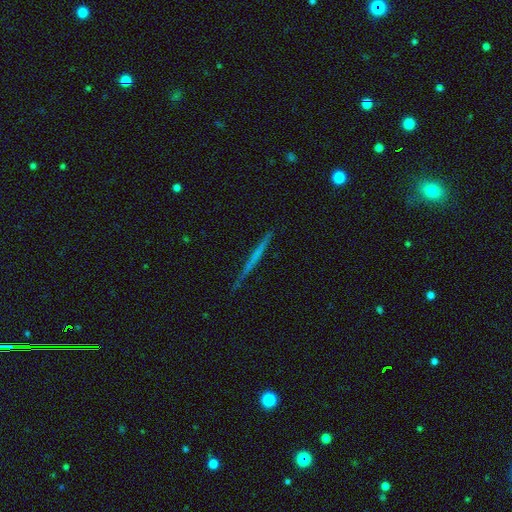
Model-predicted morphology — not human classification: Smooth or featured? Predicted: featured or disk (p=0.53). Edge-on disk? Predicted: yes (p=0.97). Edge-on bulge? Predicted: none (p=0.90). Merging? Predicted: none (p=0.88).